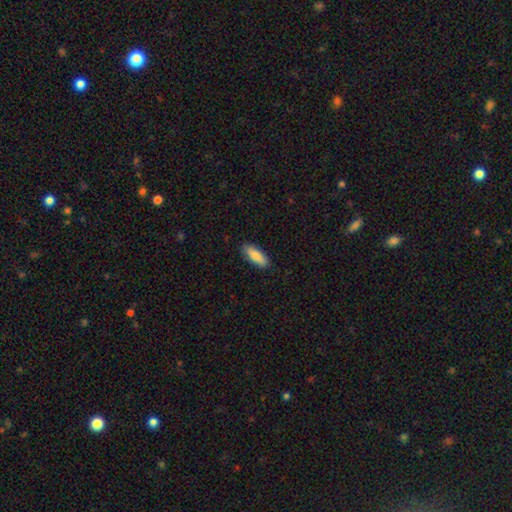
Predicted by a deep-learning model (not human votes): Smooth or featured?
  - smooth: 84% *
  - featured or disk: 10%
  - star or artifact: 6%
How rounded?
  - in between: 69% *
  - cigar-shaped: 29%
  - round: 2%
Merging?
  - none: 88% *
  - minor disturbance: 10%
  - major disturbance: 2%
  - merger: 1%